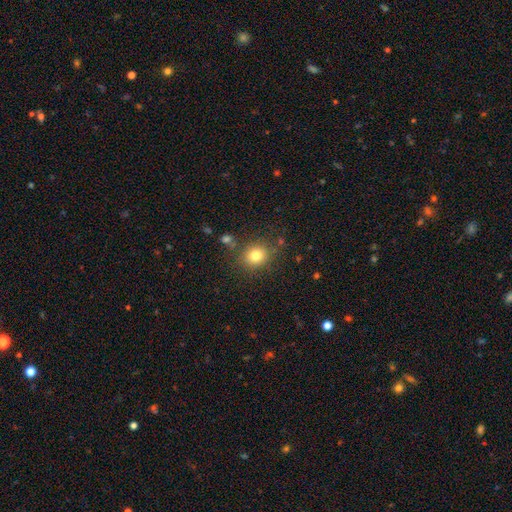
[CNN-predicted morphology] Smooth or featured: smooth — 80% (star or artifact — 12%)
How rounded: round — 73% (in between — 26%)
Merging: none — 81% (minor disturbance — 11%)